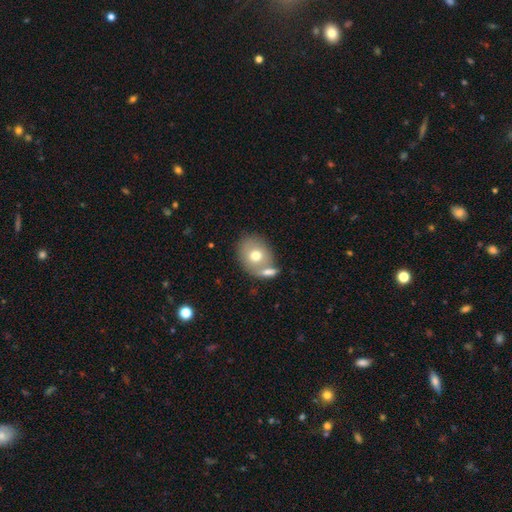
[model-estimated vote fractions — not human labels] A smooth galaxy with no disk features (69%) that is round (53%).

Vote fractions:
- Smooth or featured? smooth: 69% / featured or disk: 22% / star or artifact: 8%
- How rounded? round: 53% / in between: 46% / cigar-shaped: 1%
- Merging? none: 52% / merger: 31% / minor disturbance: 12% / major disturbance: 4%